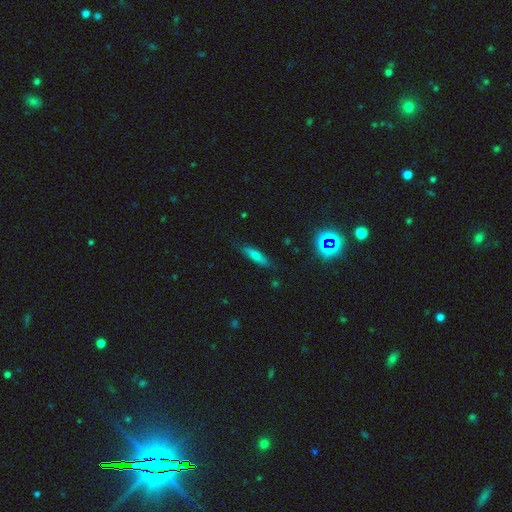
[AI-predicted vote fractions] Q: Smooth or featured?
A: smooth (71%); runner-up: featured or disk (18%)
Q: How rounded?
A: cigar-shaped (71%); runner-up: in between (27%)
Q: Merging?
A: none (82%); runner-up: minor disturbance (14%)